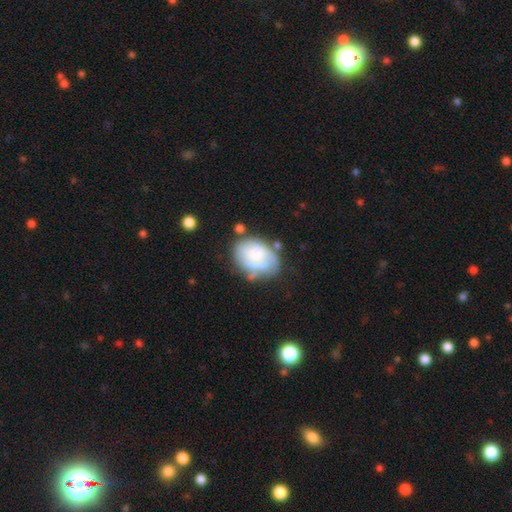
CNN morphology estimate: smooth_or_featured: smooth (p=0.56) [alt: featured or disk p=0.36]
how_rounded: in between (p=0.76) [alt: round p=0.23]
merging: none (p=0.47) [alt: minor disturbance p=0.29]